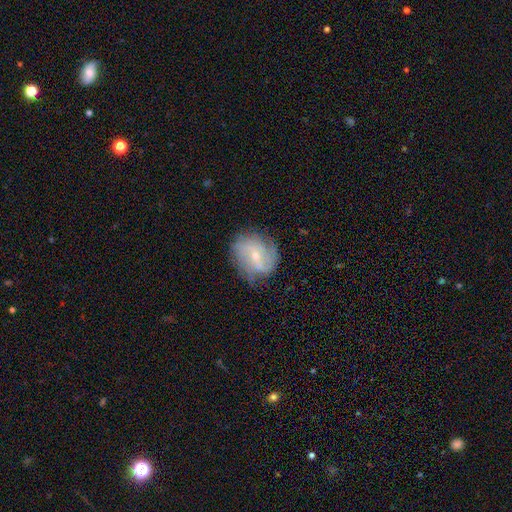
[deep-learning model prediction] Overall: featured or disk (71%). Edge-on disk: no (96%). Bar: weak (48%; no 35%). Spiral arms: yes (87%). Spiral arm count: 2 (50%; can't tell 27%). Spiral winding: medium (39%; loose 33%). Bulge size: small (70%). Merging: none (71%).